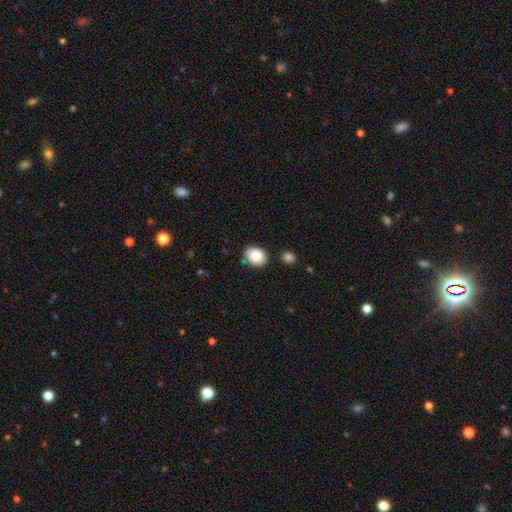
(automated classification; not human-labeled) Morphology: type=smooth (87%); roundness=in between (52%); merging=none (81%).